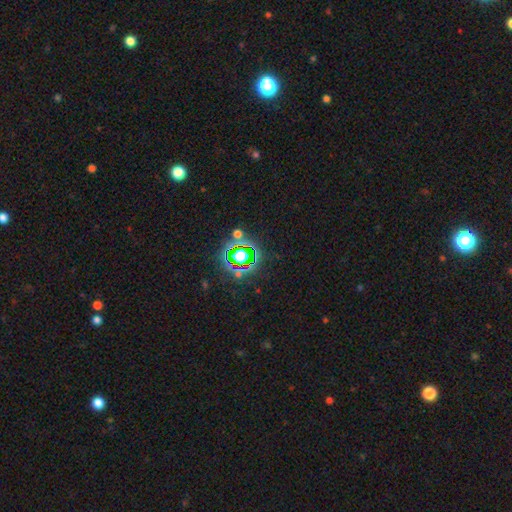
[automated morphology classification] Smooth or featured? Predicted: star or artifact (p=0.77).